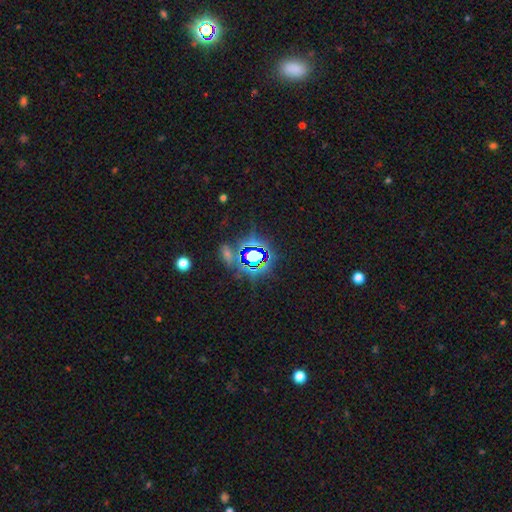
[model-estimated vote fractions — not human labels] Smooth or featured: star or artifact — 75% (smooth — 15%)